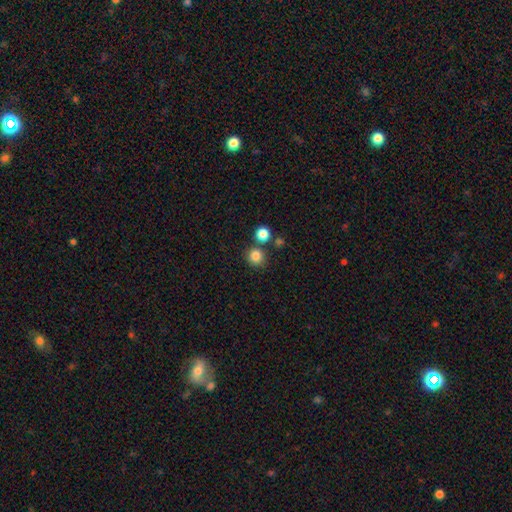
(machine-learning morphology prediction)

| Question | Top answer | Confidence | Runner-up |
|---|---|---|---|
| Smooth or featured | smooth | 83% | star or artifact (12%) |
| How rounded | round | 90% | in between (9%) |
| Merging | none | 77% | merger (12%) |